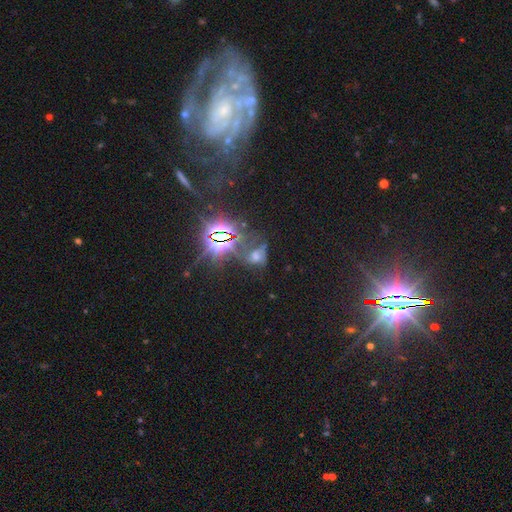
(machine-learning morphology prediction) star or artifact 61%, smooth 21%, featured or disk 18%.